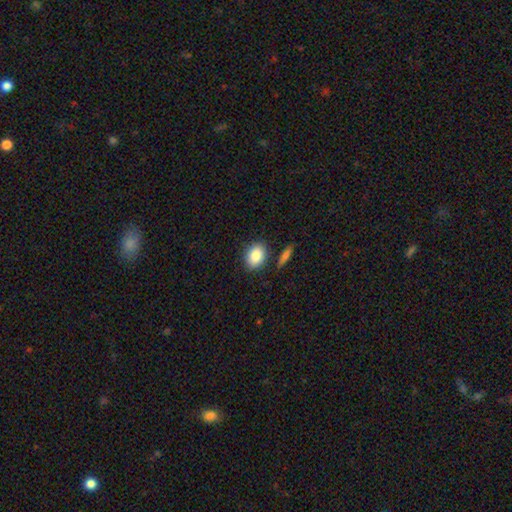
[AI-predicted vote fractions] Smooth or featured? Predicted: smooth (p=0.87). How rounded? Predicted: in between (p=0.69). Merging? Predicted: none (p=0.83).